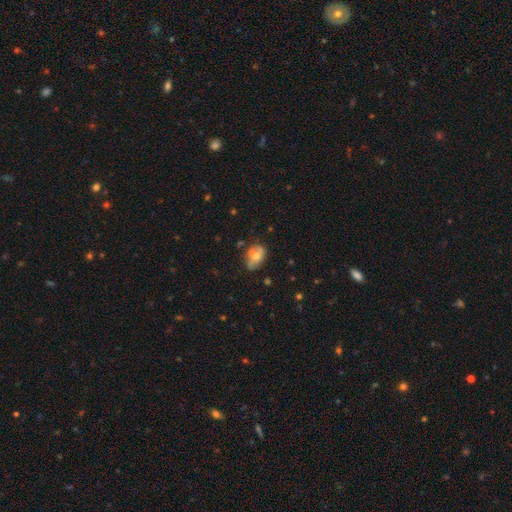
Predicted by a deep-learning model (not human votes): Morphology: type=smooth (56%); roundness=in between (76%); merging=none (50%).